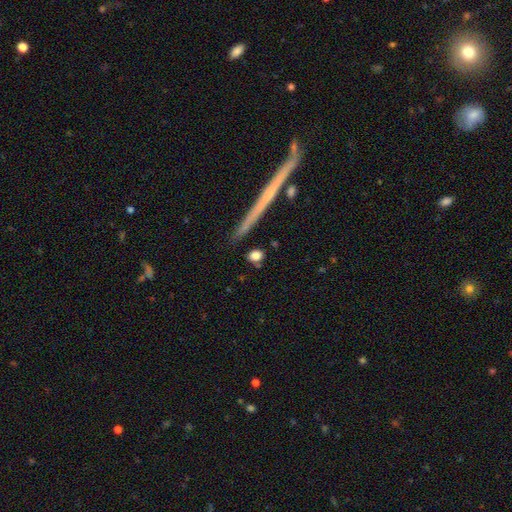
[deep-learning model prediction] Smooth or featured?
  - smooth: 79% *
  - featured or disk: 12%
  - star or artifact: 9%
How rounded?
  - round: 48% *
  - in between: 37%
  - cigar-shaped: 15%
Merging?
  - none: 78% *
  - minor disturbance: 11%
  - merger: 7%
  - major disturbance: 4%